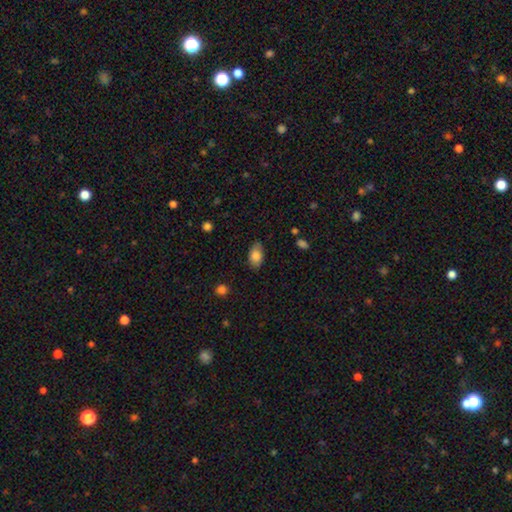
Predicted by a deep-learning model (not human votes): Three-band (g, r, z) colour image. It shows a smooth galaxy with no disk features (83%) that is in between round and cigar-shaped (91%). Merging: none (79%).